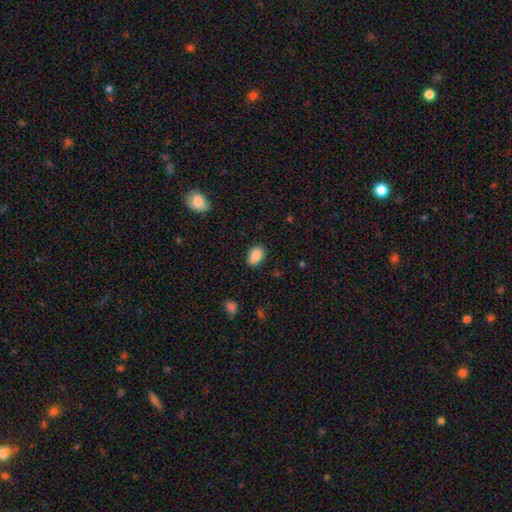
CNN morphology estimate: smooth 89%, star or artifact 7%, featured or disk 3%. Down the decision tree: how rounded — in between (91%); merging — none (86%).